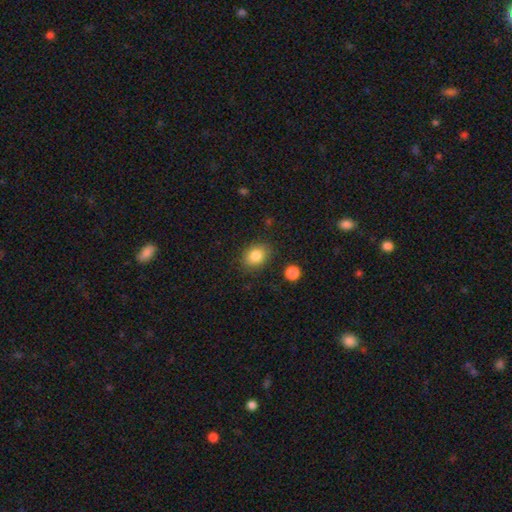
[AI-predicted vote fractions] Overall: smooth (84%). How rounded: in between (58%; round 41%). Merging: none (83%).